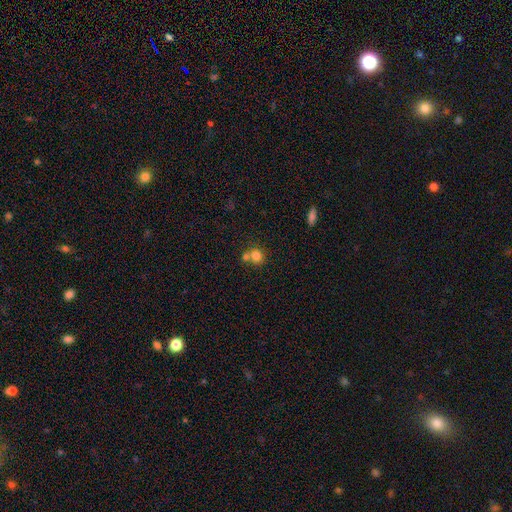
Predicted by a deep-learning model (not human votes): A smooth galaxy with no disk features (80%) that is round (85%). Merging: none (49%).